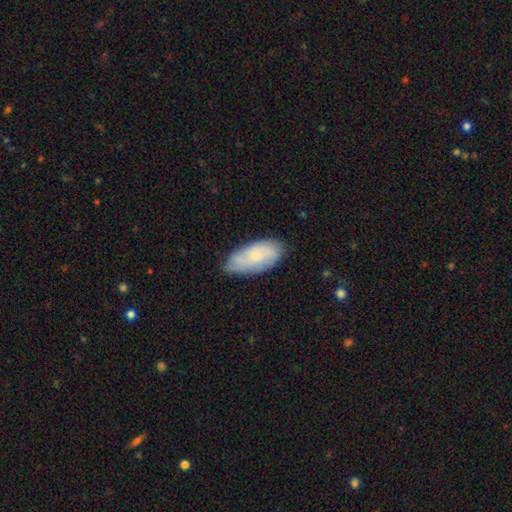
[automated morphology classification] smooth_or_featured: smooth (p=0.53) [alt: featured or disk p=0.40]
how_rounded: in between (p=0.88) [alt: cigar-shaped p=0.09]
merging: none (p=0.73) [alt: minor disturbance p=0.22]